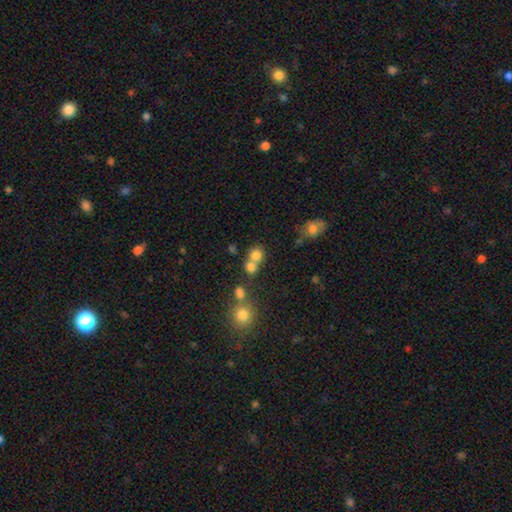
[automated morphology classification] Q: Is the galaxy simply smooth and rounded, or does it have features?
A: smooth — 75%.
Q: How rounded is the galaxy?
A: round — 81%.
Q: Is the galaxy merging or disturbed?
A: merger — 46%.